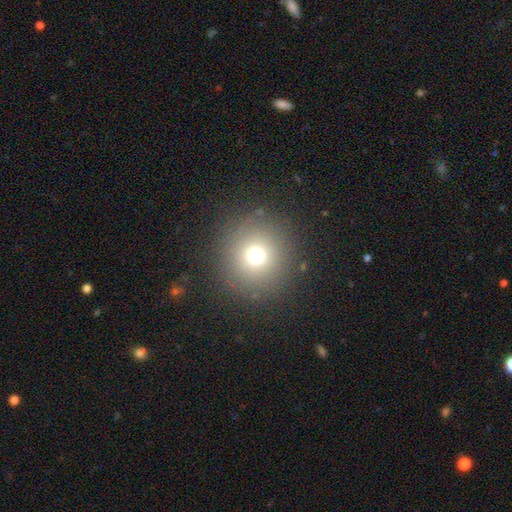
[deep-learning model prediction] Morphology: type=smooth (70%); roundness=round (94%); merging=none (89%).